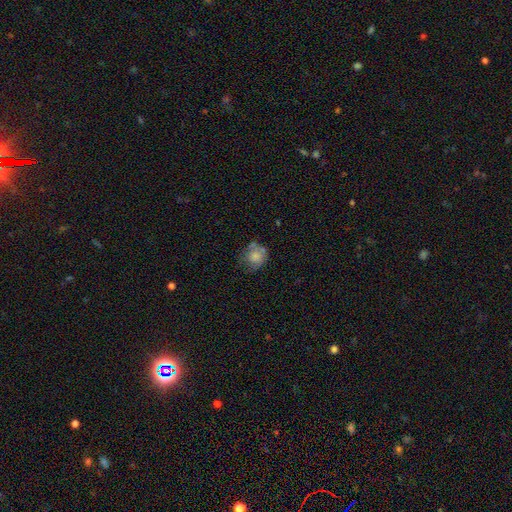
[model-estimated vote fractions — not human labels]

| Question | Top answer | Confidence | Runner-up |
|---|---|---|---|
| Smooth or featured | smooth | 66% | featured or disk (25%) |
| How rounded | round | 72% | in between (27%) |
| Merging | none | 46% | minor disturbance (30%) |